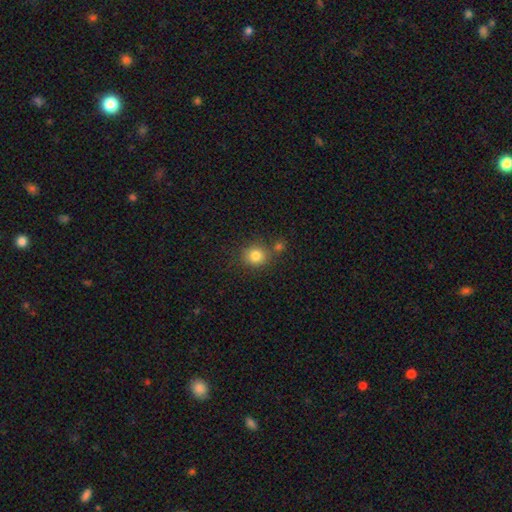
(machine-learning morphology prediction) Q: Smooth or featured?
A: smooth (82%); runner-up: star or artifact (12%)
Q: How rounded?
A: round (83%); runner-up: in between (16%)
Q: Merging?
A: none (71%); runner-up: merger (15%)